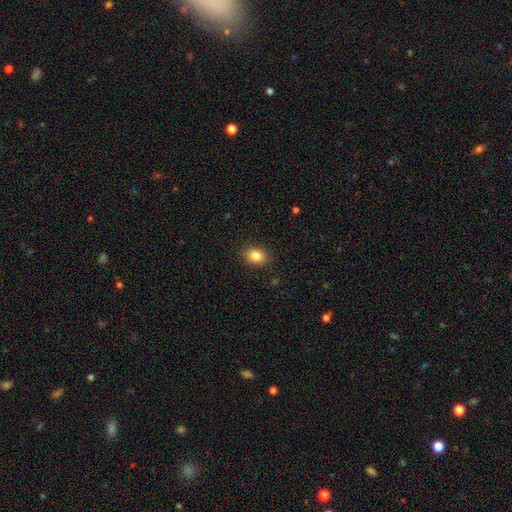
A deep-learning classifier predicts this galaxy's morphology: type=smooth (85%); roundness=in between (64%); merging=none (89%).